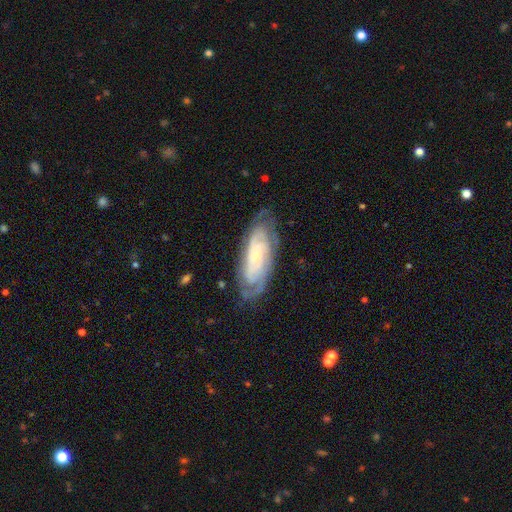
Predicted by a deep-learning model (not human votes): A featured or disk galaxy (80%) with no bar (70%), tight (72%) spiral arms (94%) and a small central bulge (76%). Merging: none (73%).